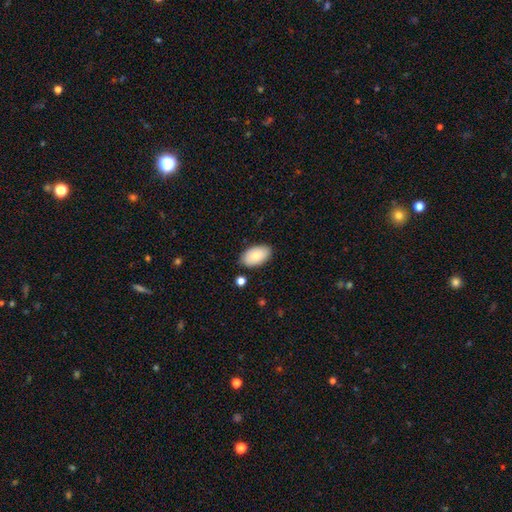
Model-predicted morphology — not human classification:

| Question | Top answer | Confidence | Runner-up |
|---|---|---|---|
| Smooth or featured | smooth | 84% | featured or disk (10%) |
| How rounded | in between | 95% | round (4%) |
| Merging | none | 85% | minor disturbance (11%) |